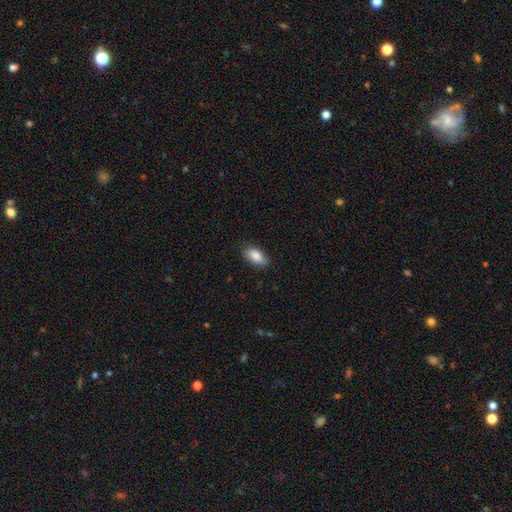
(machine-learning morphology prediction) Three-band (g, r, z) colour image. It shows a smooth galaxy with no disk features (86%) that is in between round and cigar-shaped (91%). Merging: none (76%).